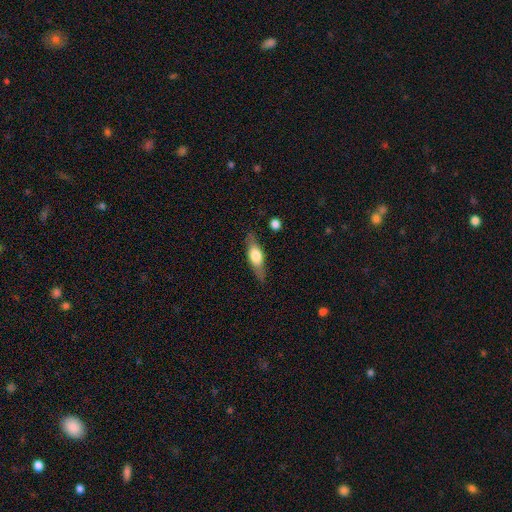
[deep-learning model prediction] A smooth galaxy with no disk features (49%). Merging: none (78%).